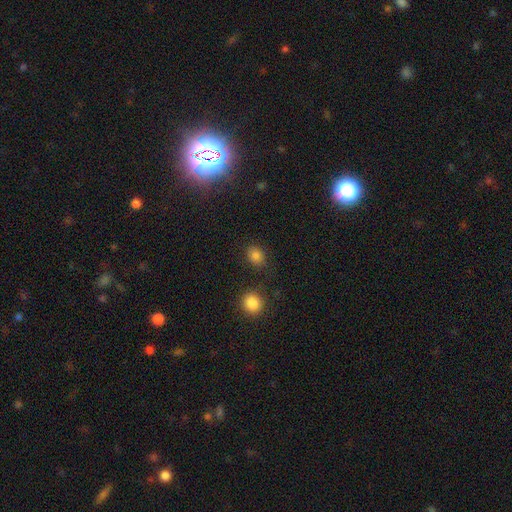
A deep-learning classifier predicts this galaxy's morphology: This appears to be a smooth galaxy with no disk features (81%) that is round (55%). Merging: none (81%).